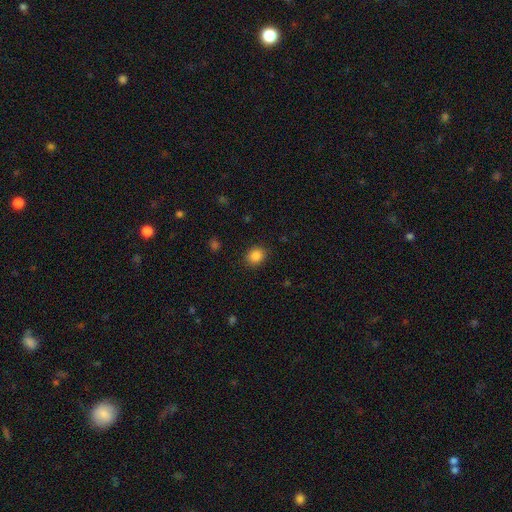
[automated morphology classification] A smooth galaxy with no disk features (86%) that is round (69%). Merging: none (89%).